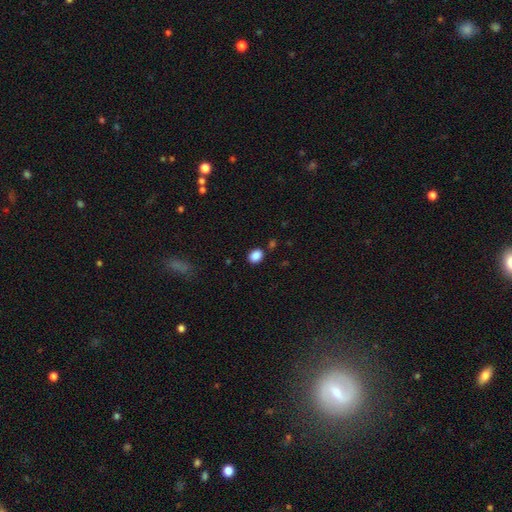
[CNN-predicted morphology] Smooth or featured?
  - smooth: 87% *
  - star or artifact: 9%
  - featured or disk: 3%
How rounded?
  - in between: 57% *
  - round: 42%
  - cigar-shaped: 1%
Merging?
  - none: 83% *
  - minor disturbance: 10%
  - merger: 4%
  - major disturbance: 3%